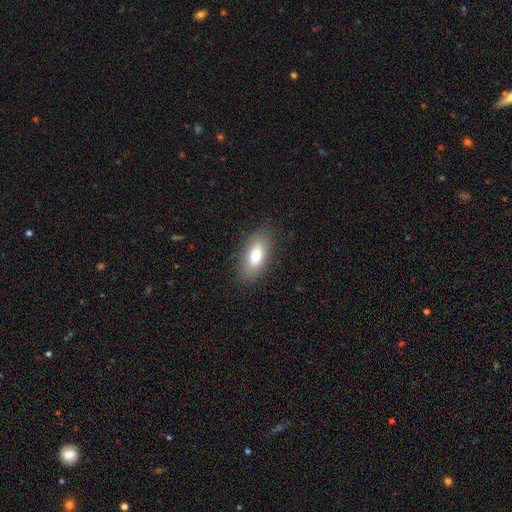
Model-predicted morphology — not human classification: Overall: smooth (78%). How rounded: in between (81%). Merging: none (84%).